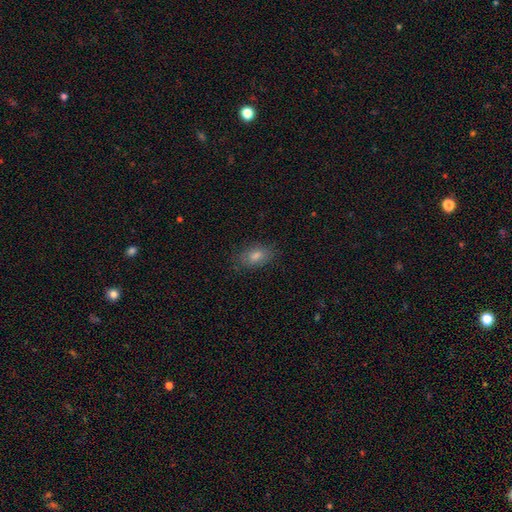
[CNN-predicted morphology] A smooth galaxy with no disk features (73%) that is in between round and cigar-shaped (87%).

Vote fractions:
- Smooth or featured? smooth: 73% / featured or disk: 14% / star or artifact: 13%
- How rounded? in between: 87% / round: 8% / cigar-shaped: 5%
- Merging? none: 82% / minor disturbance: 13% / major disturbance: 3% / merger: 1%